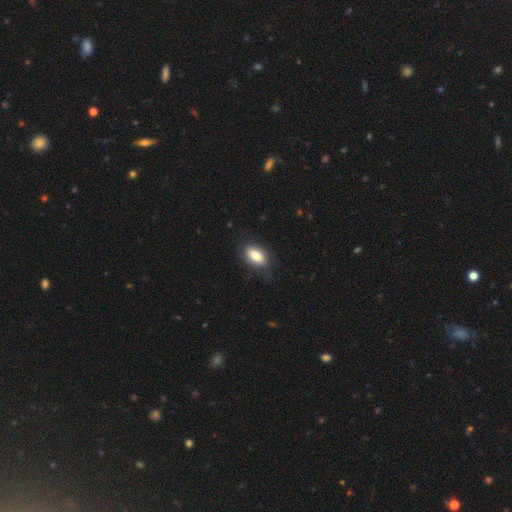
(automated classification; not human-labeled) This appears to be a smooth galaxy with no disk features (83%) that is in between round and cigar-shaped (90%). Merging: none (77%).